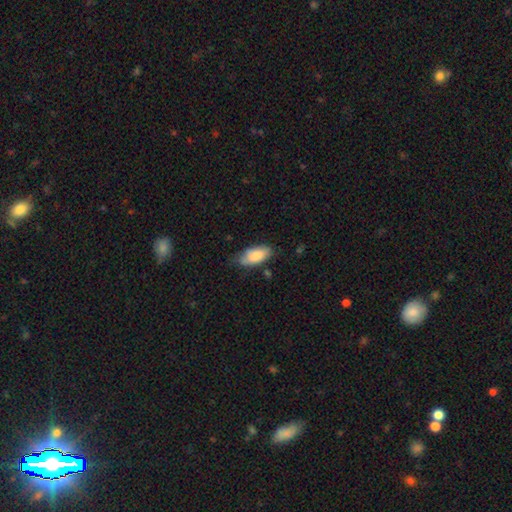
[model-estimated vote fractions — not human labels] Smooth or featured?
  - smooth: 84% *
  - featured or disk: 10%
  - star or artifact: 6%
How rounded?
  - in between: 89% *
  - cigar-shaped: 9%
  - round: 2%
Merging?
  - none: 65% *
  - minor disturbance: 28%
  - major disturbance: 5%
  - merger: 2%